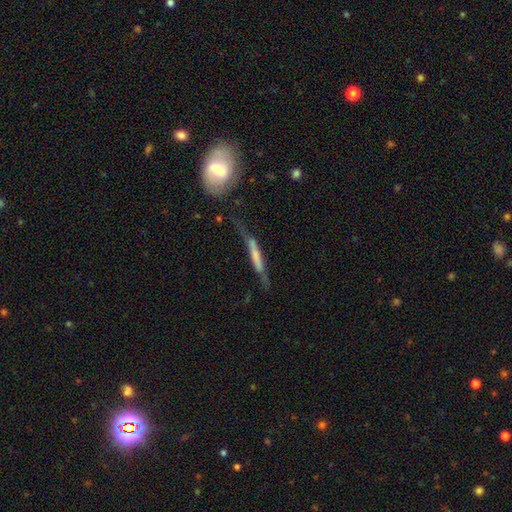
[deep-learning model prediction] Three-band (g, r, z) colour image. It shows a featured or disk galaxy (49%). Merging: none (42%).